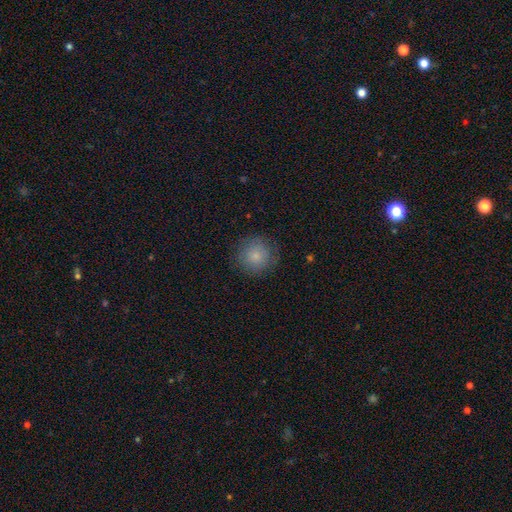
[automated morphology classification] This is clearly a smooth galaxy (83%). How rounded: clearly round (94%). Merging: clearly none (84%).